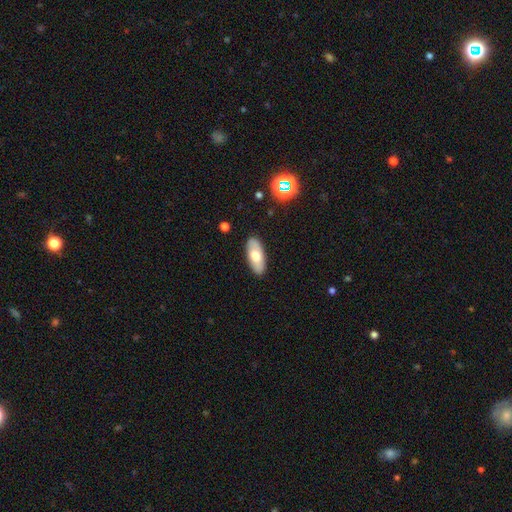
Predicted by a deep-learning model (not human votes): Smooth or featured?
  - smooth: 63% *
  - featured or disk: 30%
  - star or artifact: 6%
How rounded?
  - in between: 87% *
  - cigar-shaped: 10%
  - round: 2%
Merging?
  - none: 87% *
  - minor disturbance: 10%
  - major disturbance: 2%
  - merger: 1%